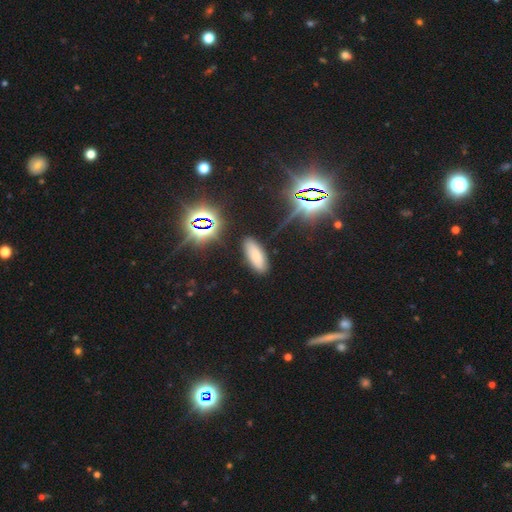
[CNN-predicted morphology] Smooth or featured?
  - smooth: 73% *
  - star or artifact: 18%
  - featured or disk: 9%
How rounded?
  - in between: 76% *
  - cigar-shaped: 21%
  - round: 3%
Merging?
  - none: 86% *
  - minor disturbance: 10%
  - major disturbance: 3%
  - merger: 2%